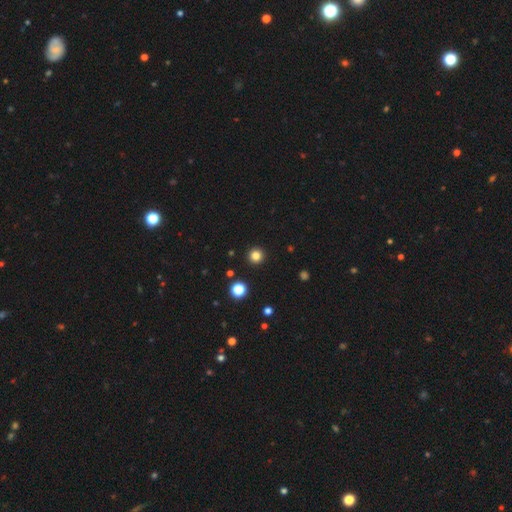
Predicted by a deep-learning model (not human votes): smooth-or-featured: smooth: 82% | star or artifact: 14% | featured or disk: 4%
  how-rounded: round: 96% | in between: 3% | cigar-shaped: 1%
  merging: none: 93% | minor disturbance: 4% | major disturbance: 2% | merger: 1%